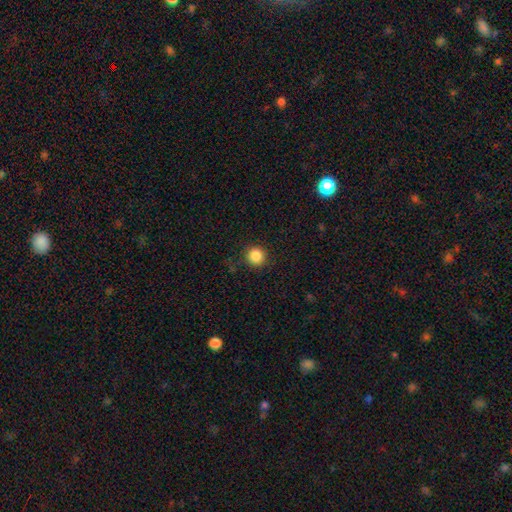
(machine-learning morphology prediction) A smooth galaxy with no disk features (86%) that is round (94%). Merging: none (89%).